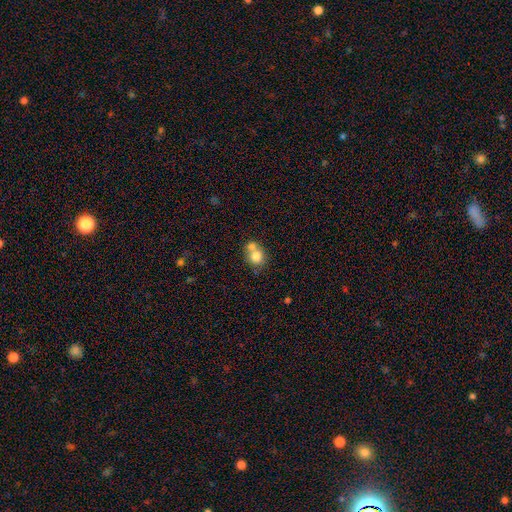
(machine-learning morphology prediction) Smooth or featured?
  - smooth: 77% *
  - featured or disk: 14%
  - star or artifact: 10%
How rounded?
  - round: 75% *
  - in between: 24%
  - cigar-shaped: 1%
Merging?
  - merger: 50% *
  - none: 38%
  - minor disturbance: 8%
  - major disturbance: 3%